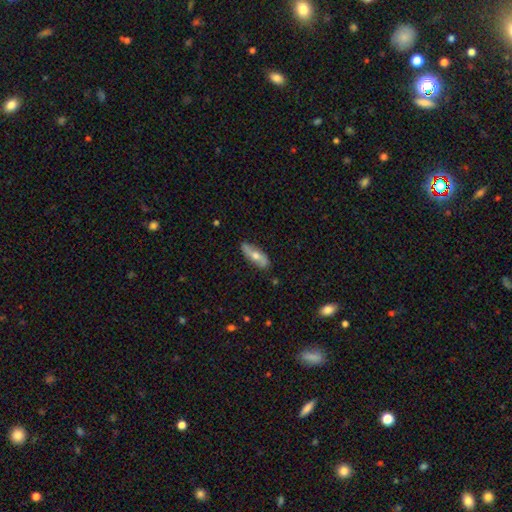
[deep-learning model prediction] Morphology: type=featured or disk (51%); edge-on=no (66%); merging=none (83%).